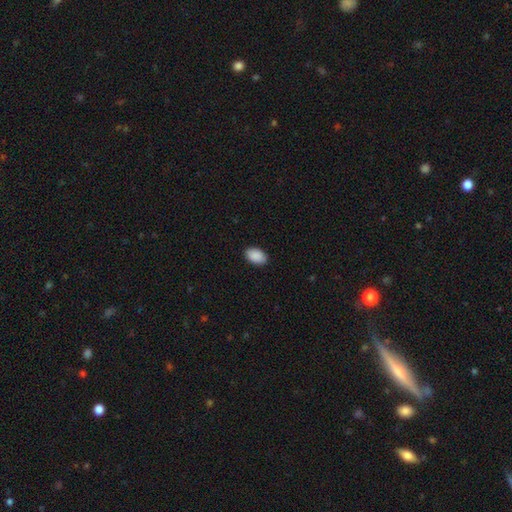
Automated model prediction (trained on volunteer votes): Smooth or featured: smooth — 91% (star or artifact — 6%)
How rounded: in between — 91% (round — 8%)
Merging: none — 90% (minor disturbance — 8%)